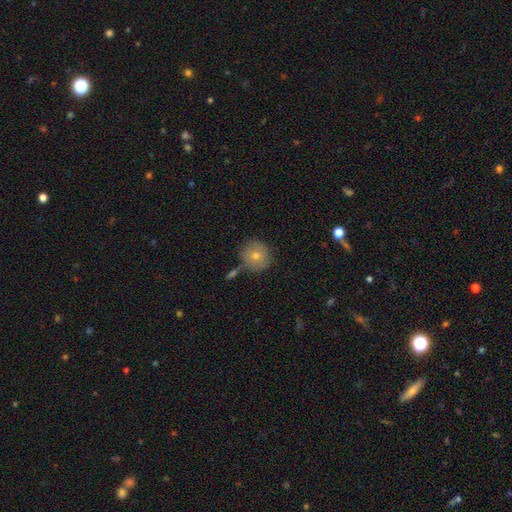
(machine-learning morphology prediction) Smooth or featured?
  - smooth: 64% *
  - featured or disk: 22%
  - star or artifact: 14%
How rounded?
  - round: 94% *
  - in between: 5%
  - cigar-shaped: 1%
Merging?
  - none: 81% *
  - minor disturbance: 11%
  - merger: 6%
  - major disturbance: 3%